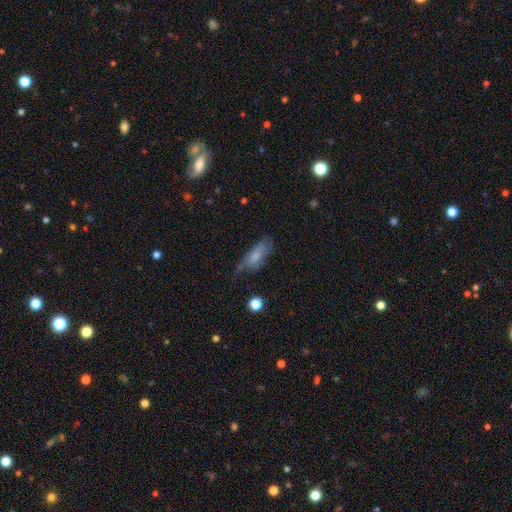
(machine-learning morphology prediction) Overall: smooth (70%). How rounded: in between (72%). Merging: none (45%; minor disturbance 35%).